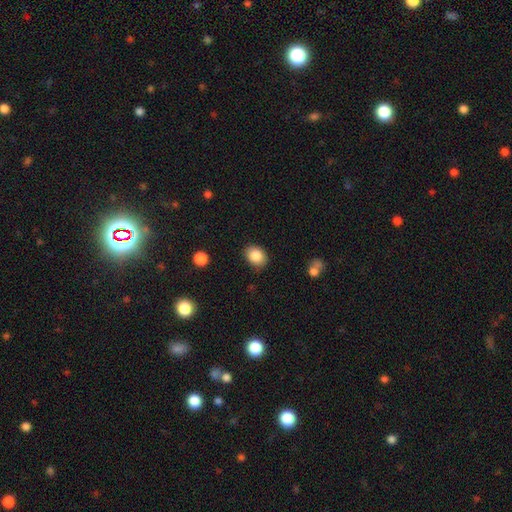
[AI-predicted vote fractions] This is clearly a smooth galaxy (86%). How rounded: possibly in between (59%). Merging: clearly none (85%).